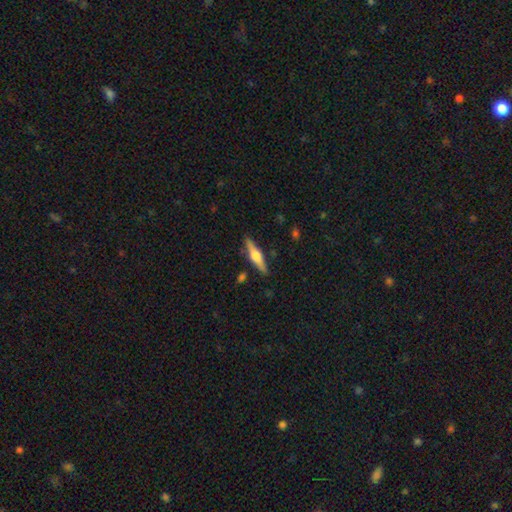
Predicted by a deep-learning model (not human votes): The model was most divided on "smooth or featured": featured or disk: 63%, smooth: 31%, star or artifact: 6%. More confident: edge-on disk — yes (96%); edge-on bulge — rounded (91%); merging — none (87%).